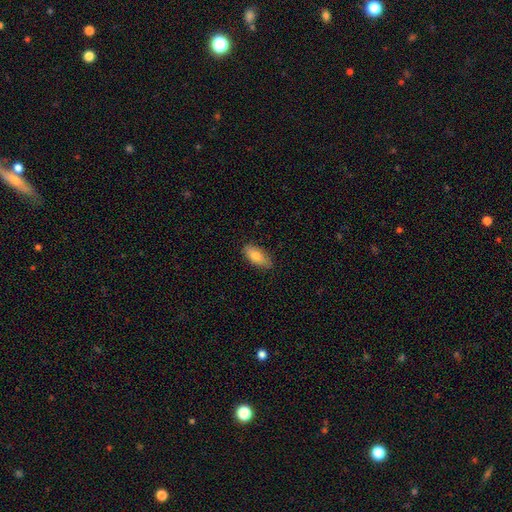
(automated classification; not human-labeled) Q: Smooth or featured?
A: smooth (80%); runner-up: featured or disk (13%)
Q: How rounded?
A: in between (86%); runner-up: cigar-shaped (11%)
Q: Merging?
A: none (83%); runner-up: minor disturbance (14%)